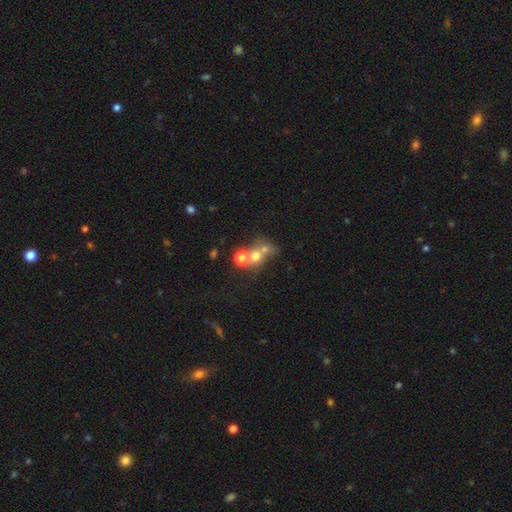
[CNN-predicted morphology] Overall: smooth (62%). How rounded: round (76%). Merging: merger (53%; none 34%).